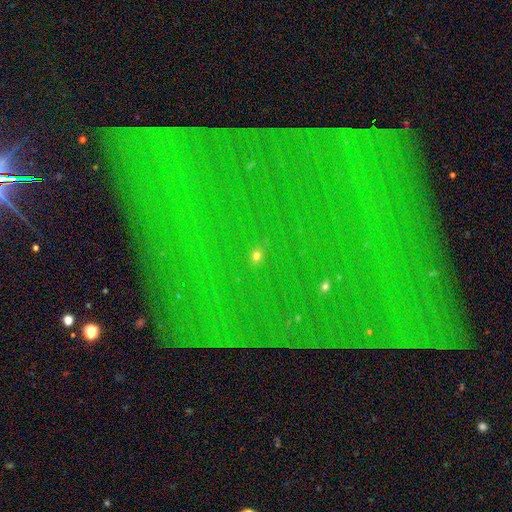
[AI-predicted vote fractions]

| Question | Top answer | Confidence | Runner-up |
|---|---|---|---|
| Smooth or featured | star or artifact | 84% | featured or disk (9%) |